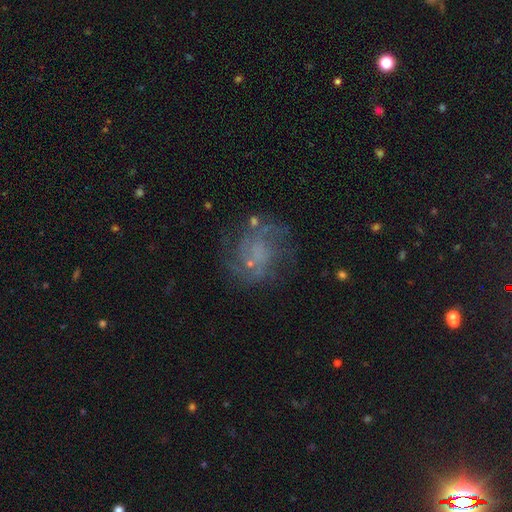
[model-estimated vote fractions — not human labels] This appears to be a featured or disk galaxy (67%) with no bar (70%), 2 (42%) medium (45%) spiral arms (83%) and no central bulge (45%). Merging: none (68%).